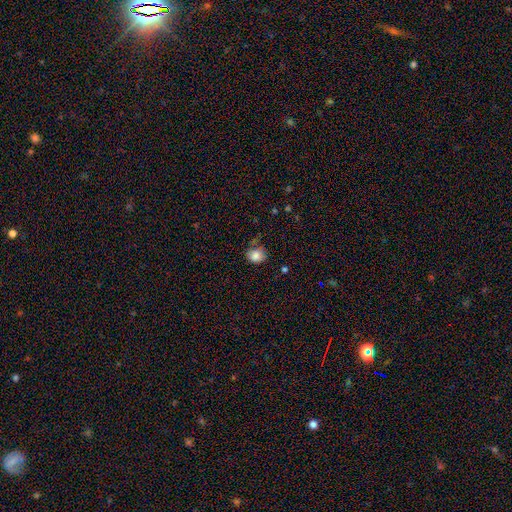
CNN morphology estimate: Smooth or featured? Predicted: smooth (p=0.84). How rounded? Predicted: round (p=0.69). Merging? Predicted: none (p=0.57).